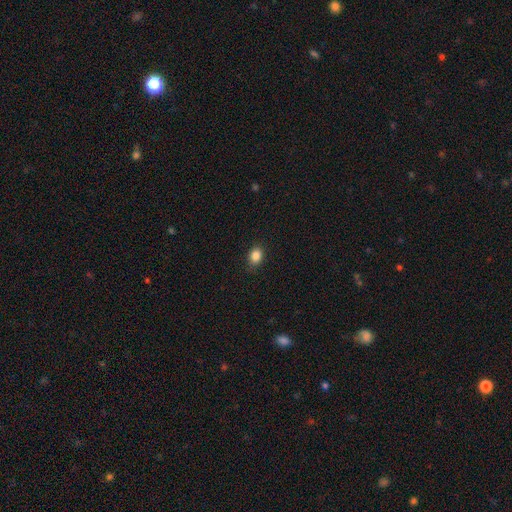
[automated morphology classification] smooth-or-featured: smooth: 86% | star or artifact: 10% | featured or disk: 4%
  how-rounded: in between: 65% | round: 34% | cigar-shaped: 1%
  merging: none: 86% | minor disturbance: 11% | major disturbance: 3% | merger: 1%